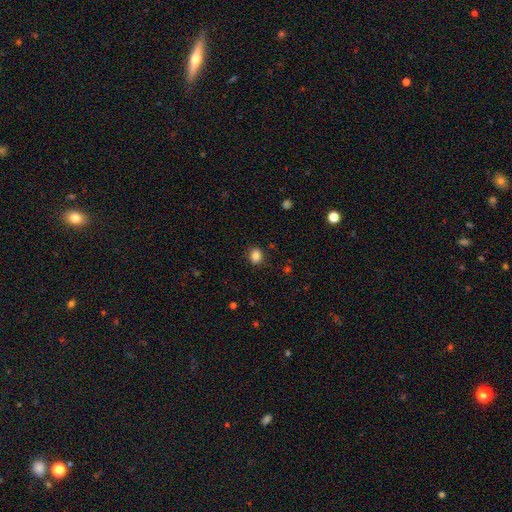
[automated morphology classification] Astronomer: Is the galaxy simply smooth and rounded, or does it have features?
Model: smooth — 85%.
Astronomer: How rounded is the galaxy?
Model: in between — 50% (runner-up: round, 49%).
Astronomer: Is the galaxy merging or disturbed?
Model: none — 84%.